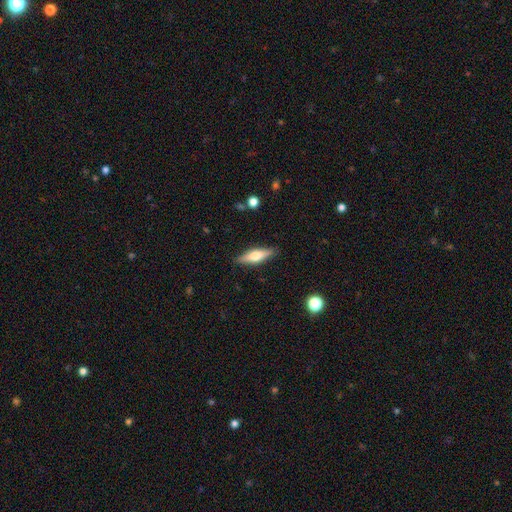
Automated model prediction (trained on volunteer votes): Smooth or featured? smooth (47%, tied with featured or disk)
Merging? none (88%)